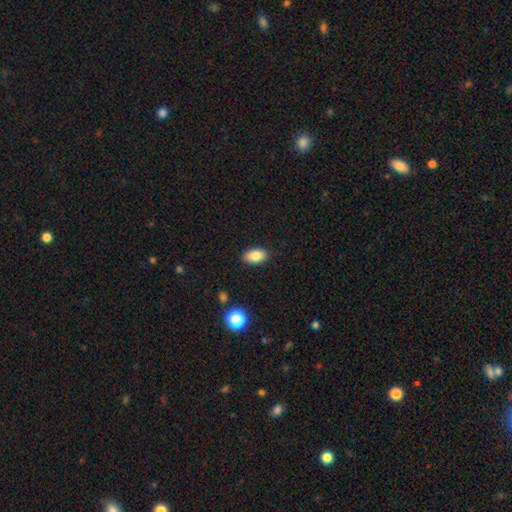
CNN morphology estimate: This appears to be a smooth galaxy with no disk features (82%) that is in between round and cigar-shaped (91%). Merging: none (87%).